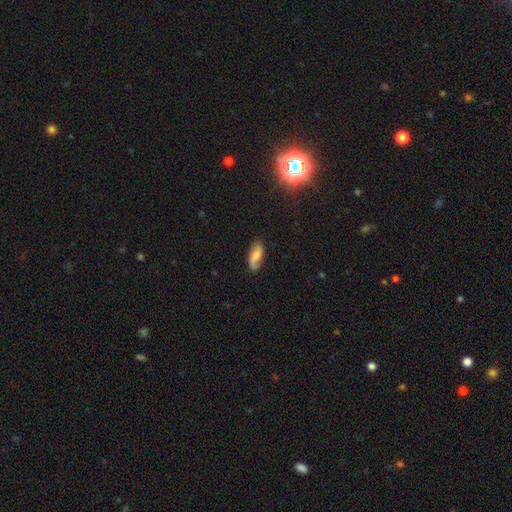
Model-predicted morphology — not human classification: type=smooth (56%); roundness=in between (82%); merging=none (65%).